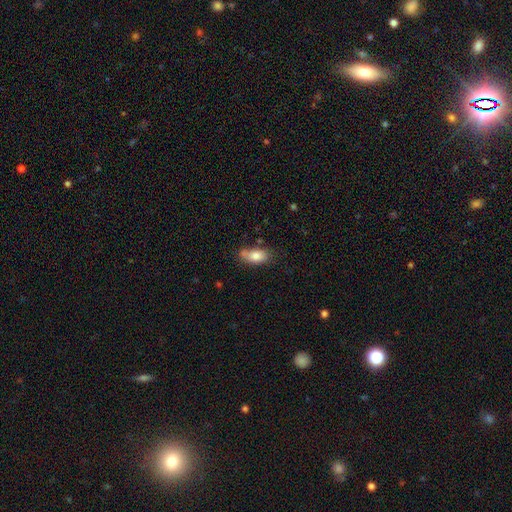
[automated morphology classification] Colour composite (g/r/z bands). It shows a smooth galaxy with no disk features (79%) that is in between round and cigar-shaped (87%). Merging: none (56%).